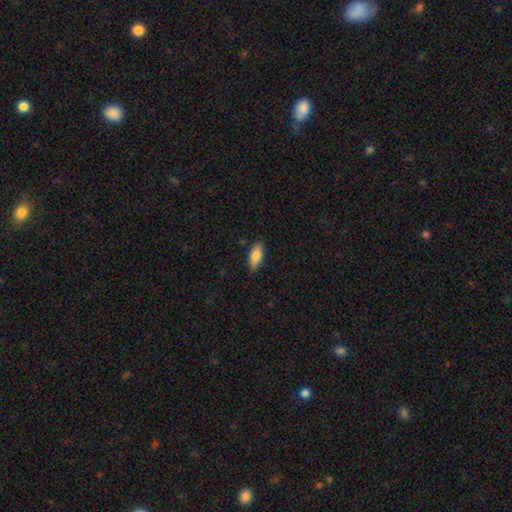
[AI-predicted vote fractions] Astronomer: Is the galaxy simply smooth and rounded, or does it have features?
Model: smooth — 85%.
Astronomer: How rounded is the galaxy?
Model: in between — 85%.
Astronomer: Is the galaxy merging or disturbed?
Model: none — 85%.